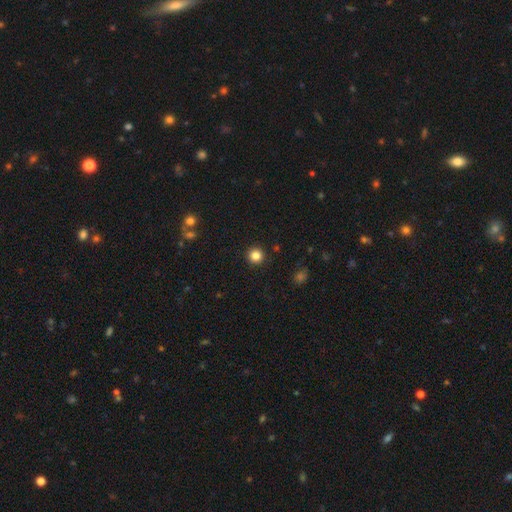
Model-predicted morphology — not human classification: Smooth or featured: smooth — 84% (star or artifact — 12%)
How rounded: round — 96% (in between — 3%)
Merging: none — 93% (minor disturbance — 4%)